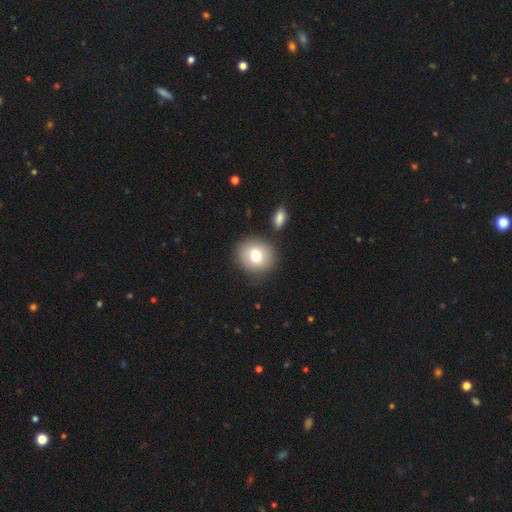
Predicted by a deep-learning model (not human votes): Morphology: type=smooth (75%); roundness=round (81%); merging=none (83%).